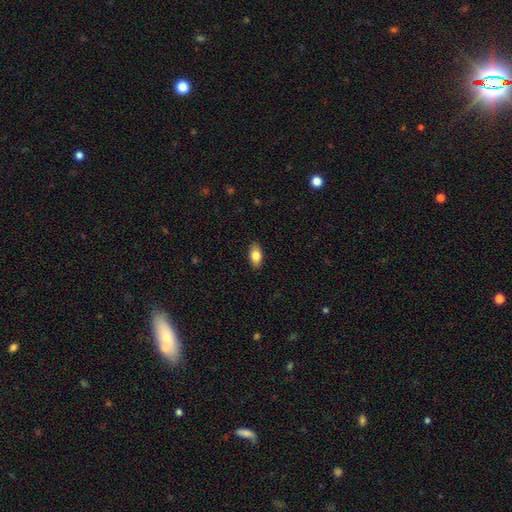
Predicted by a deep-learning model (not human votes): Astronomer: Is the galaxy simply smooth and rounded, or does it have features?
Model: smooth — 82%.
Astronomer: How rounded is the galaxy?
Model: in between — 91%.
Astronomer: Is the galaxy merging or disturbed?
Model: none — 89%.